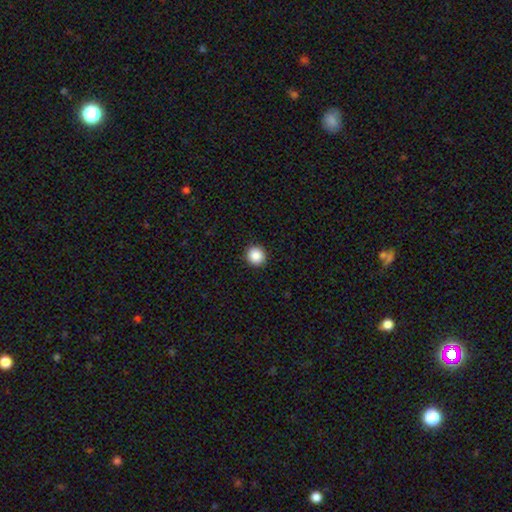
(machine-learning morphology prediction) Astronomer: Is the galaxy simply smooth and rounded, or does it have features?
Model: smooth — 88%.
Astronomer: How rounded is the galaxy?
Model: round — 91%.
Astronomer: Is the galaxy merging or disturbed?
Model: none — 93%.